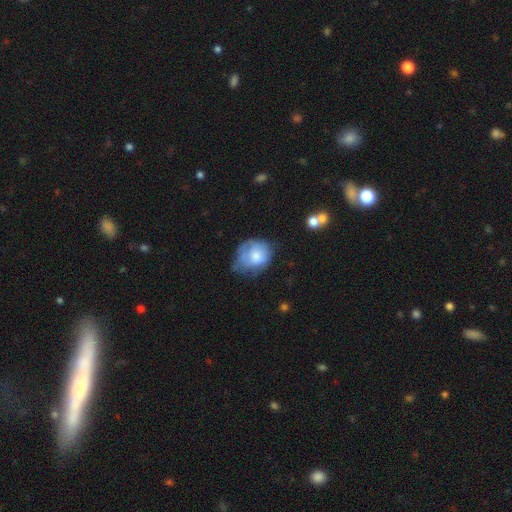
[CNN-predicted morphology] smooth_or_featured: smooth (p=0.68) [alt: featured or disk p=0.24]
how_rounded: round (p=0.60) [alt: in between p=0.39]
merging: minor disturbance (p=0.40) [alt: none p=0.35]